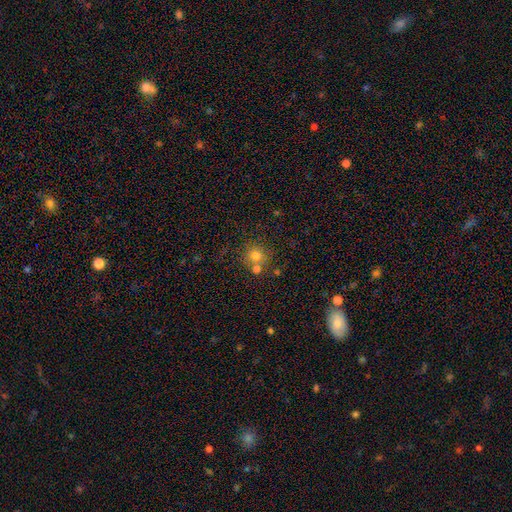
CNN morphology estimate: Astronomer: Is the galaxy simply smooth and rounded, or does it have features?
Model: smooth — 76%.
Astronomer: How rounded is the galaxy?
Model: round — 90%.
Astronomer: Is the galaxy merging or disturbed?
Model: none — 63%.